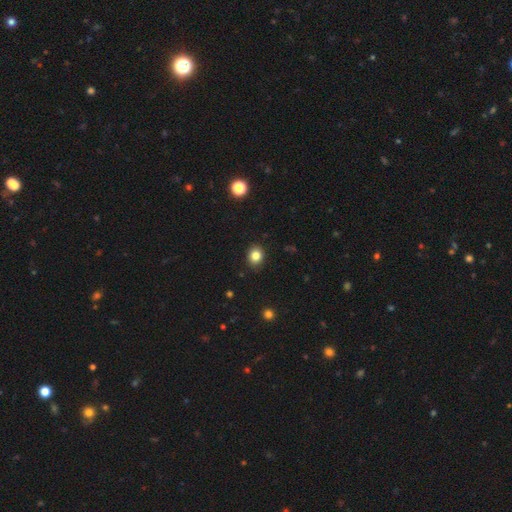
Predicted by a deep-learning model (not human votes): Smooth or featured? smooth (83%)
How rounded? round (63%)
Merging? none (90%)